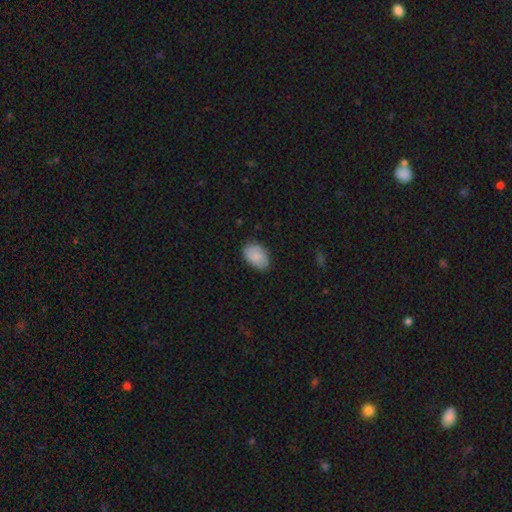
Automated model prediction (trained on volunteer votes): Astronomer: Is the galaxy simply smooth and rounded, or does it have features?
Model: smooth — 83%.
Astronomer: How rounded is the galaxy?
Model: in between — 89%.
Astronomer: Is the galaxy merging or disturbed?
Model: none — 77%.